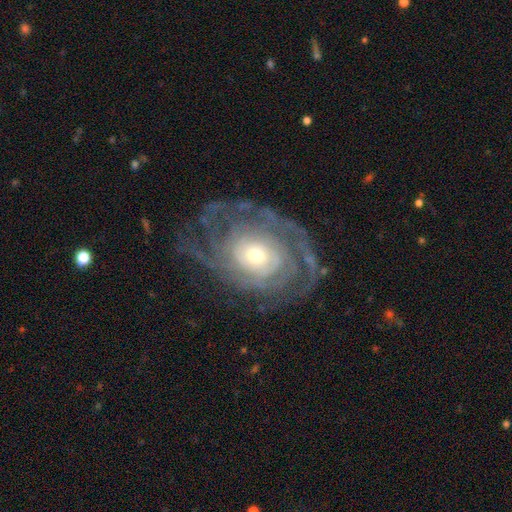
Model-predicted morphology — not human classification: Q: Smooth or featured?
A: featured or disk (85%); runner-up: smooth (9%)
Q: Edge-on disk?
A: no (95%); runner-up: yes (5%)
Q: Bar?
A: no (78%); runner-up: weak (16%)
Q: Spiral arms?
A: yes (90%); runner-up: no (10%)
Q: Spiral winding?
A: tight (71%); runner-up: medium (22%)
Q: Spiral arm count?
A: can't tell (41%); runner-up: 2 (18%)
Q: Bulge size?
A: moderate (46%); tied with: small (46%)
Q: Merging?
A: none (68%); runner-up: minor disturbance (17%)